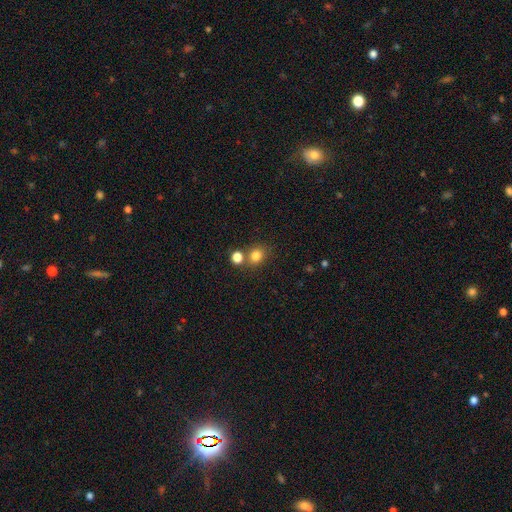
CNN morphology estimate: Smooth or featured? Predicted: smooth (p=0.81). How rounded? Predicted: round (p=0.73). Merging? Predicted: none (p=0.65).